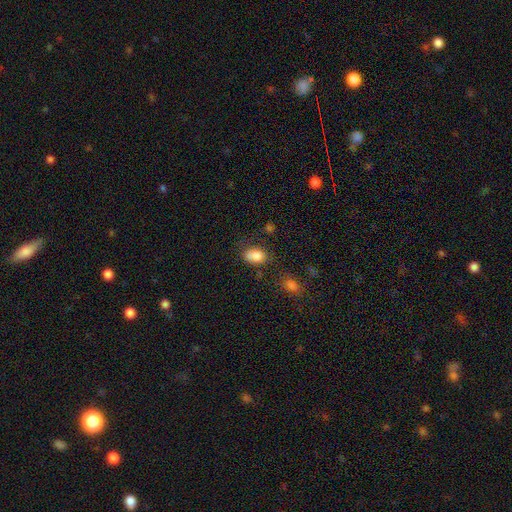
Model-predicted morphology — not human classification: Q: Smooth or featured?
A: smooth (82%); runner-up: star or artifact (10%)
Q: How rounded?
A: in between (76%); runner-up: round (22%)
Q: Merging?
A: none (55%); runner-up: minor disturbance (25%)